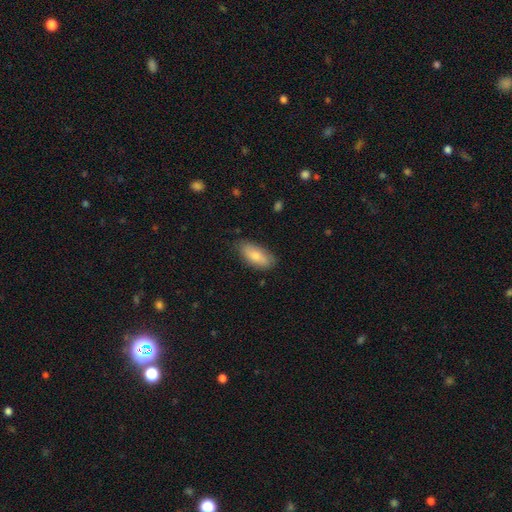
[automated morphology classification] Overall: smooth (77%). How rounded: in between (87%). Merging: none (78%).